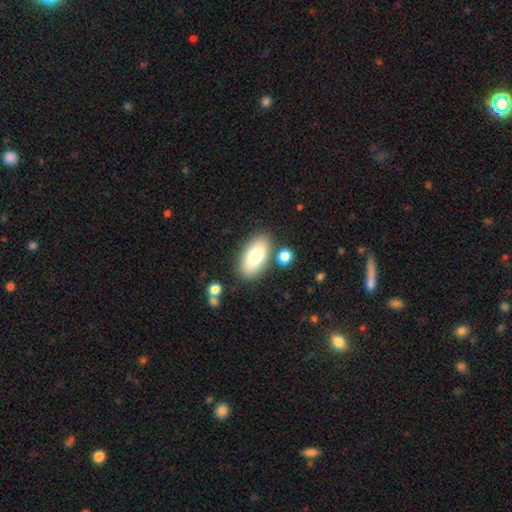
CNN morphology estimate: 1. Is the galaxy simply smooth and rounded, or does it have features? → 75% smooth, 18% featured or disk, 7% star or artifact.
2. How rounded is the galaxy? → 92% in between, 4% round, 3% cigar-shaped.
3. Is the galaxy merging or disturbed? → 79% none, 11% minor disturbance, 6% merger, 3% major disturbance.